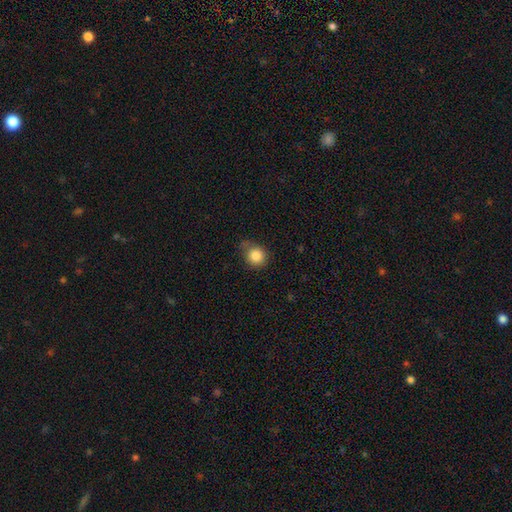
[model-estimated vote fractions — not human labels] Smooth or featured? Predicted: smooth (p=0.84). How rounded? Predicted: round (p=0.84). Merging? Predicted: none (p=0.63).